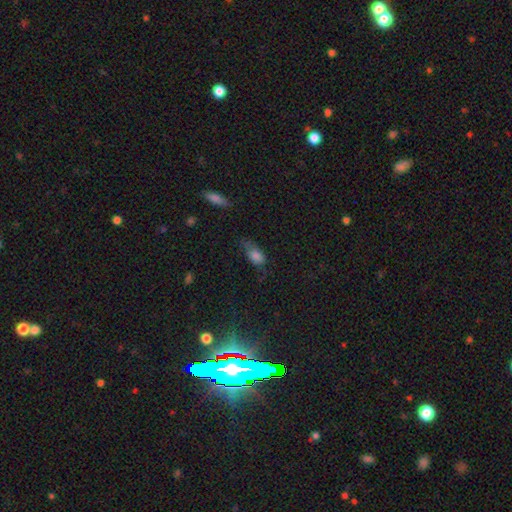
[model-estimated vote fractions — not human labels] This appears to be a smooth galaxy with no disk features (75%) that is in between round and cigar-shaped (85%). Merging: none (38%).